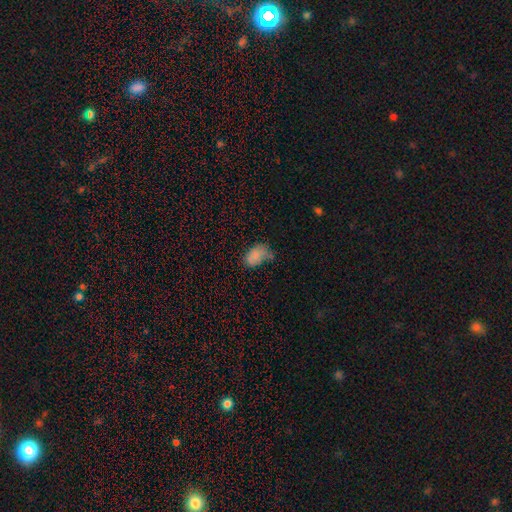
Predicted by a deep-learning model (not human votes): Smooth or featured: smooth — 78% (star or artifact — 12%)
How rounded: in between — 89% (round — 9%)
Merging: none — 42% (minor disturbance — 35%)